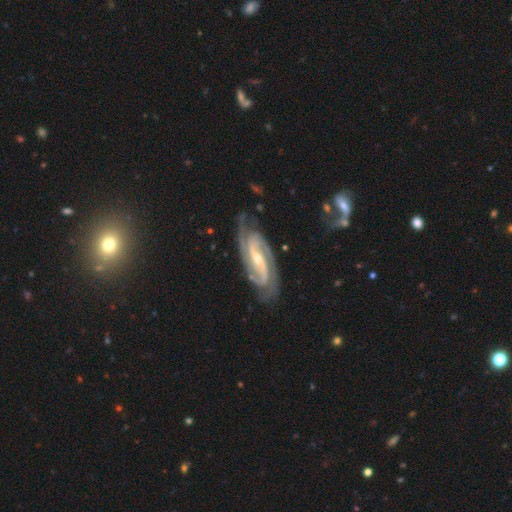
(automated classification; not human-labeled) This is clearly a featured or disk galaxy (91%). It is clearly not viewed edge-on (94%). Bar: marginally weak (41%). Spiral arm pattern: clearly yes (98%). Spiral arm count: likely 2 (69%). Spiral winding: marginally medium (44%, tied with tight). Central bulge: likely small (60%). Merging: likely none (78%).